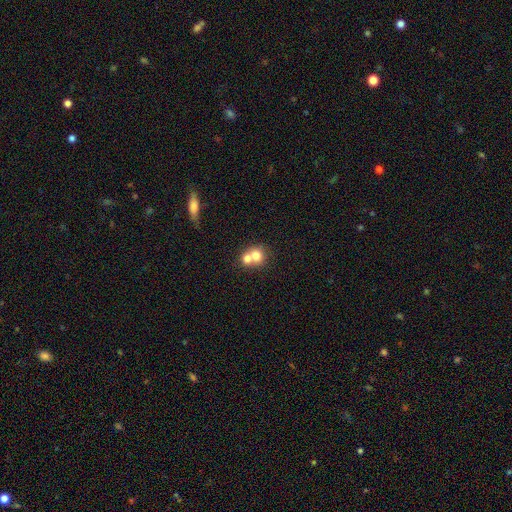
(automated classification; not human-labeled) Smooth or featured? smooth (72%)
How rounded? round (74%)
Merging? merger (67%)